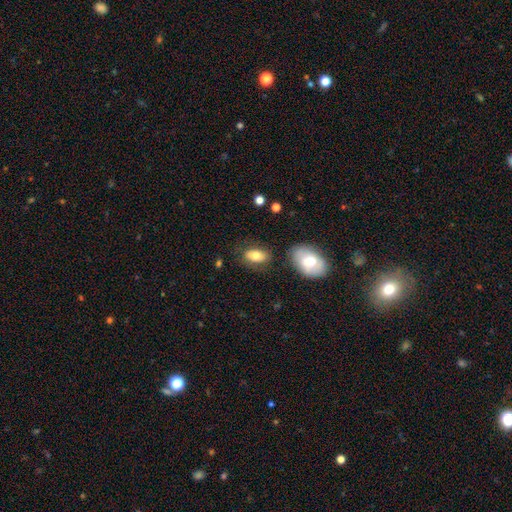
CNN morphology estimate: The model was most divided on "merging": none: 71%, minor disturbance: 16%, merger: 7%, major disturbance: 5%. More confident: how rounded — in between (90%); smooth or featured — smooth (75%).